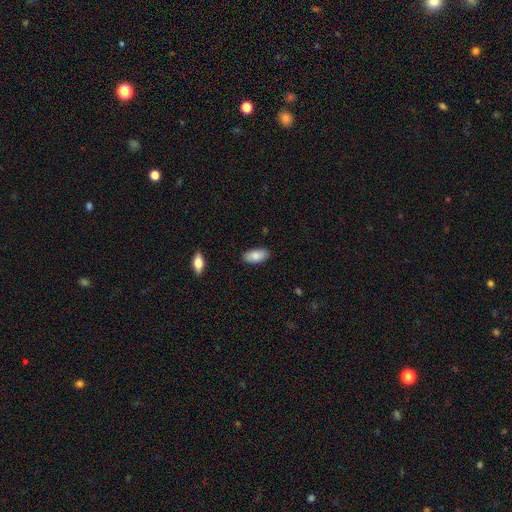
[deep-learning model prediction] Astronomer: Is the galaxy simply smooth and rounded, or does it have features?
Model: smooth — 85%.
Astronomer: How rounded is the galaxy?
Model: in between — 94%.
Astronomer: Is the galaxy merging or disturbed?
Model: none — 86%.